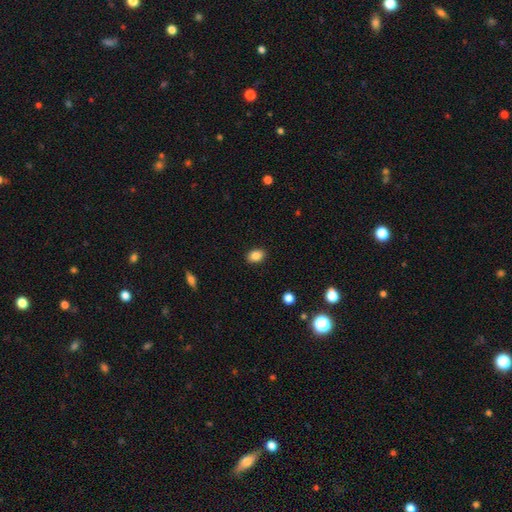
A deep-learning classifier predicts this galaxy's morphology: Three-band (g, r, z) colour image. It shows a smooth galaxy with no disk features (86%) that is in between round and cigar-shaped (74%). Merging: none (89%).